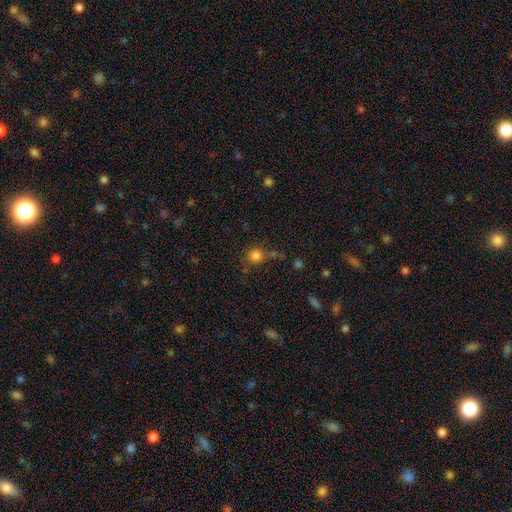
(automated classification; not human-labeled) smooth 80%, star or artifact 14%, featured or disk 6%. Down the decision tree: how rounded — round (88%); merging — none (67%).